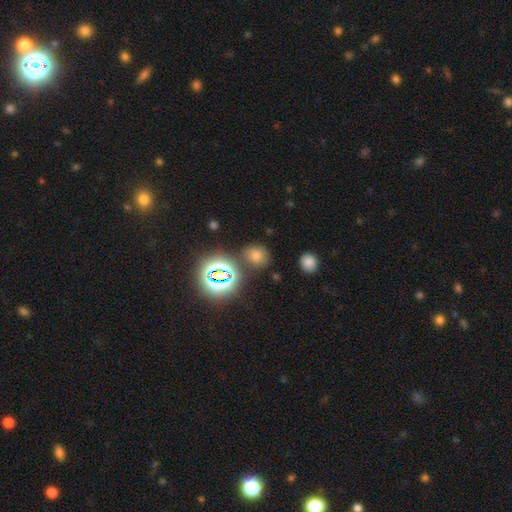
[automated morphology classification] Smooth or featured?
  - smooth: 55% *
  - star or artifact: 36%
  - featured or disk: 8%
How rounded?
  - round: 69% *
  - in between: 30%
  - cigar-shaped: 1%
Merging?
  - none: 76% *
  - minor disturbance: 13%
  - merger: 7%
  - major disturbance: 5%